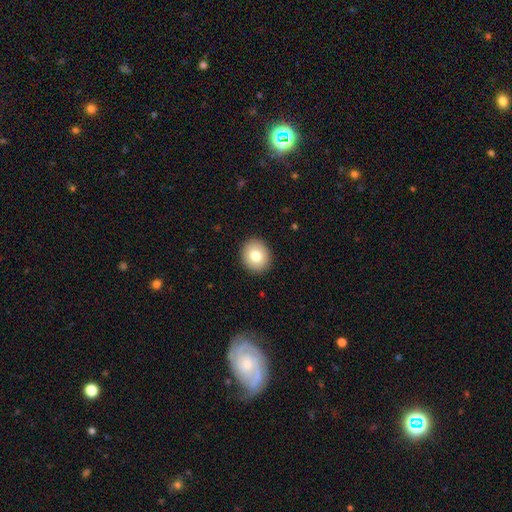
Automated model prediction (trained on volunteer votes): smooth-or-featured: smooth: 79% | featured or disk: 12% | star or artifact: 9%
  how-rounded: round: 76% | in between: 23% | cigar-shaped: 1%
  merging: none: 91% | minor disturbance: 6% | major disturbance: 2% | merger: 1%